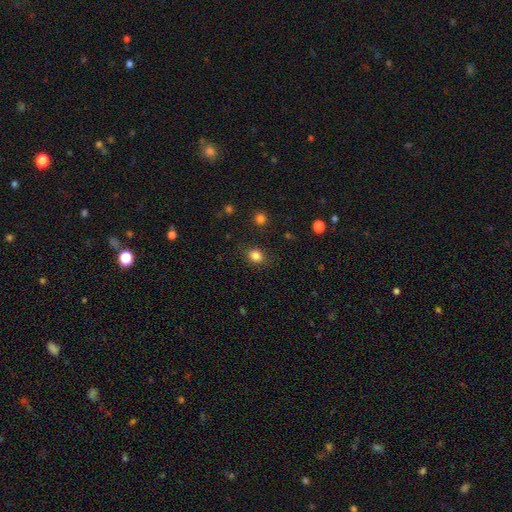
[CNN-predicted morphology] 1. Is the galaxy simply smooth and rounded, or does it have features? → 83% smooth, 12% star or artifact, 4% featured or disk.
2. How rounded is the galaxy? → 64% round, 35% in between, 1% cigar-shaped.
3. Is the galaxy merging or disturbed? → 84% none, 11% minor disturbance, 4% major disturbance, 2% merger.